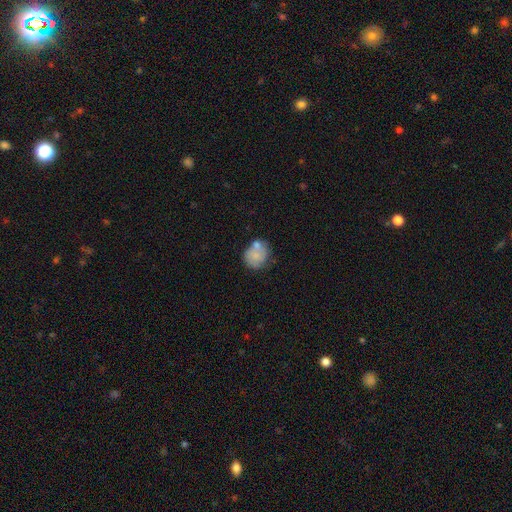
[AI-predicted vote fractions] Smooth or featured: smooth — 72% (featured or disk — 21%)
How rounded: round — 75% (in between — 24%)
Merging: none — 48% (merger — 26%)